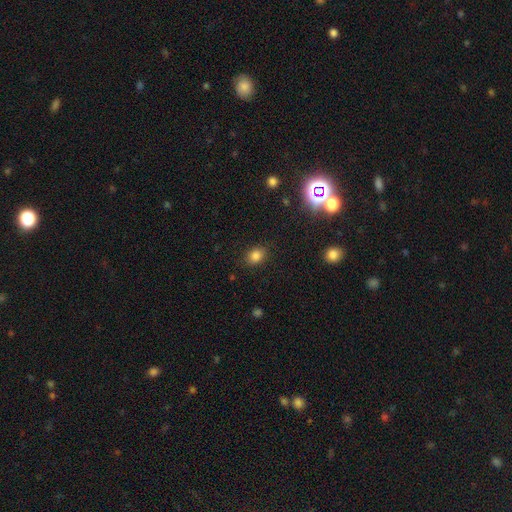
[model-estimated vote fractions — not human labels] Morphology: type=smooth (81%); roundness=in between (60%); merging=none (85%).